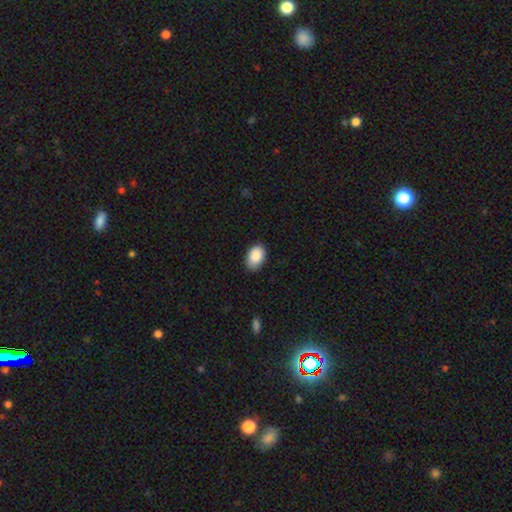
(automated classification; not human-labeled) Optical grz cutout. It shows a smooth galaxy with no disk features (89%) that is in between round and cigar-shaped (89%). Merging: none (83%).